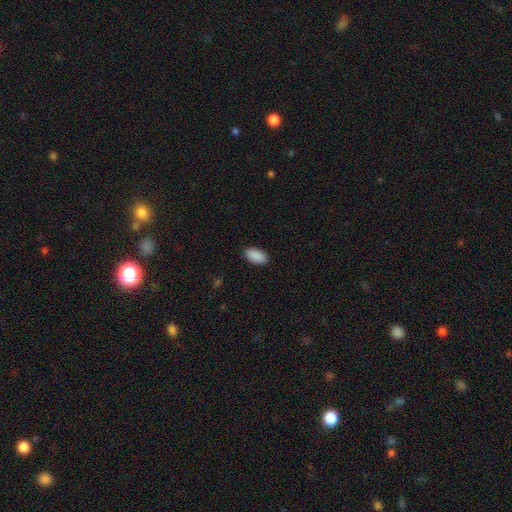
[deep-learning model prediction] A smooth galaxy with no disk features (91%) that is in between round and cigar-shaped (95%). Merging: none (90%).